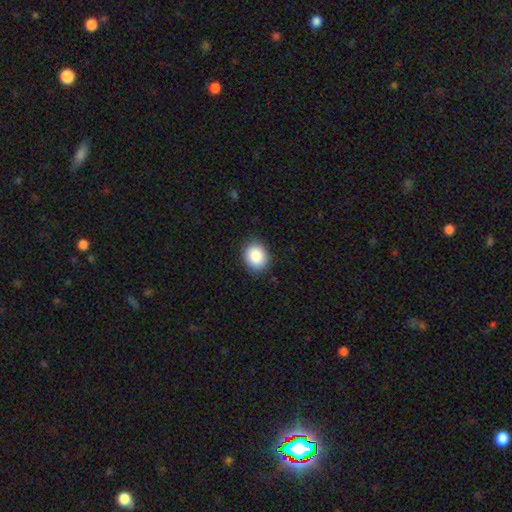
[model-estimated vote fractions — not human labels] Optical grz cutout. It shows a smooth galaxy with no disk features (88%) that is round (65%). Merging: none (88%).